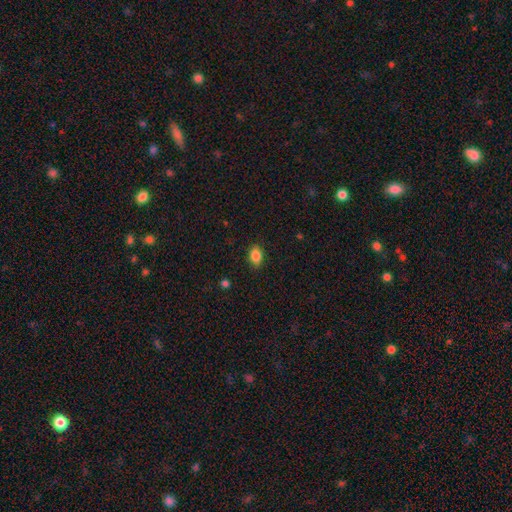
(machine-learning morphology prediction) A smooth galaxy with no disk features (86%) that is in between round and cigar-shaped (79%).

Vote fractions:
- Smooth or featured? smooth: 86% / star or artifact: 9% / featured or disk: 5%
- How rounded? in between: 79% / round: 19% / cigar-shaped: 2%
- Merging? none: 86% / minor disturbance: 11% / major disturbance: 2% / merger: 1%